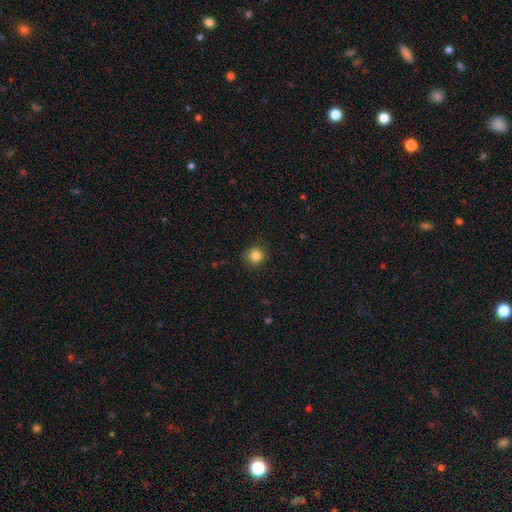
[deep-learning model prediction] A smooth galaxy with no disk features (84%) that is round (93%). Merging: none (86%).